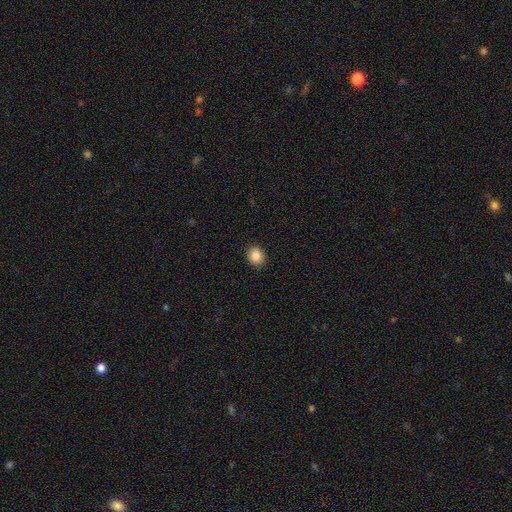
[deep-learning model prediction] A smooth galaxy with no disk features (87%) that is round (71%).

Vote fractions:
- Smooth or featured? smooth: 87% / star or artifact: 9% / featured or disk: 4%
- How rounded? round: 71% / in between: 28% / cigar-shaped: 1%
- Merging? none: 90% / minor disturbance: 7% / major disturbance: 2% / merger: 1%